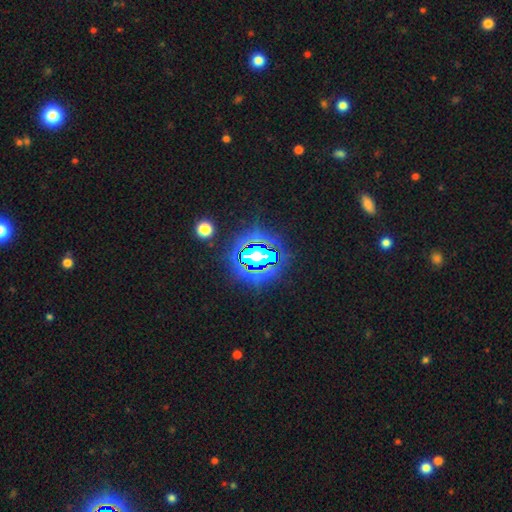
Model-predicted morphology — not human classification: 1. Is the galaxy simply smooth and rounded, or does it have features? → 71% star or artifact, 17% smooth, 12% featured or disk.